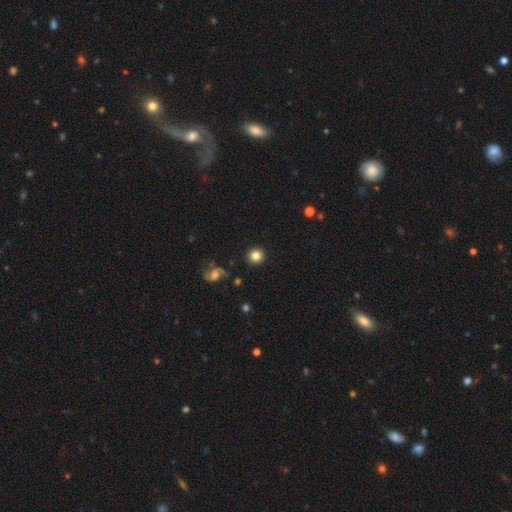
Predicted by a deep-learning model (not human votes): Smooth or featured? Predicted: smooth (p=0.84). How rounded? Predicted: round (p=0.92). Merging? Predicted: none (p=0.90).